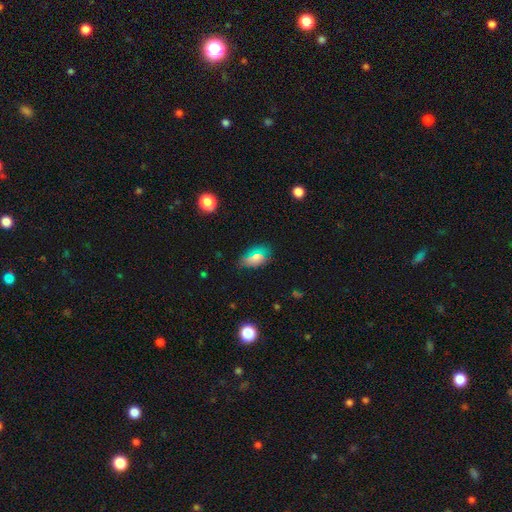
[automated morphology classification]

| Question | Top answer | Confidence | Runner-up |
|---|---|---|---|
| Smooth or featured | smooth | 63% | star or artifact (20%) |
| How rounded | in between | 87% | round (9%) |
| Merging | none | 71% | minor disturbance (21%) |